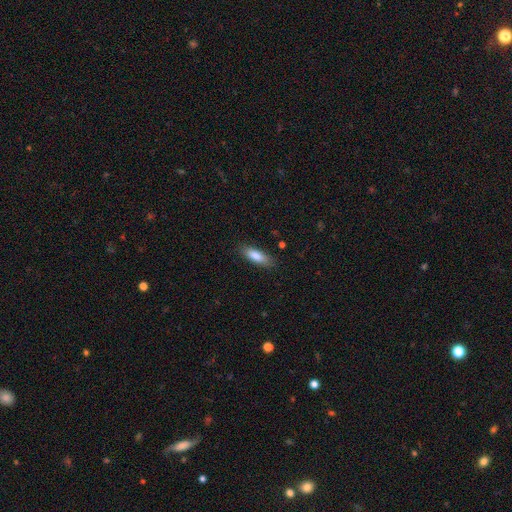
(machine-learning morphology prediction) Smooth or featured? smooth (85%)
How rounded? in between (58%)
Merging? none (84%)